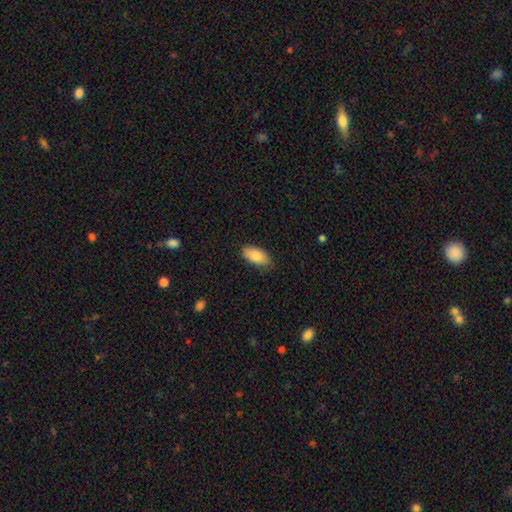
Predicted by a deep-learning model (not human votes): Smooth or featured? Predicted: smooth (p=0.86). How rounded? Predicted: in between (p=0.92). Merging? Predicted: none (p=0.82).